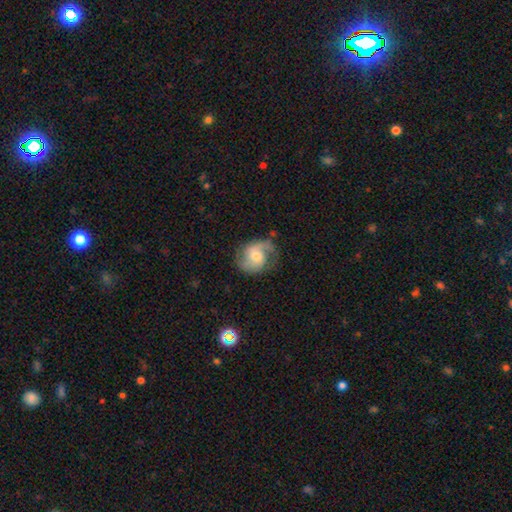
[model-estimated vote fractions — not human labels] Smooth or featured? featured or disk (69%)
Edge-on disk? no (97%)
Bar? no (59%)
Spiral arms? yes (91%)
Spiral winding? medium (46%)
Spiral arm count? 2 (78%)
Bulge size? moderate (53%)
Merging? none (63%)